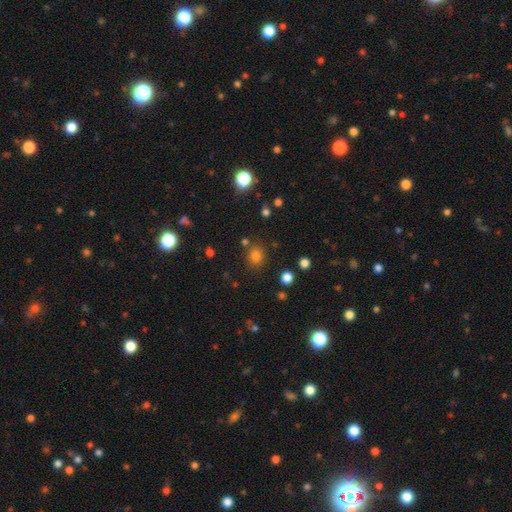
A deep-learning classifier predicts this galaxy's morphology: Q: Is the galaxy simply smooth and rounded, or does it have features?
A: smooth — 77%.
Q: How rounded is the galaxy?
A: round — 81%.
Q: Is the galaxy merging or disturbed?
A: none — 81%.